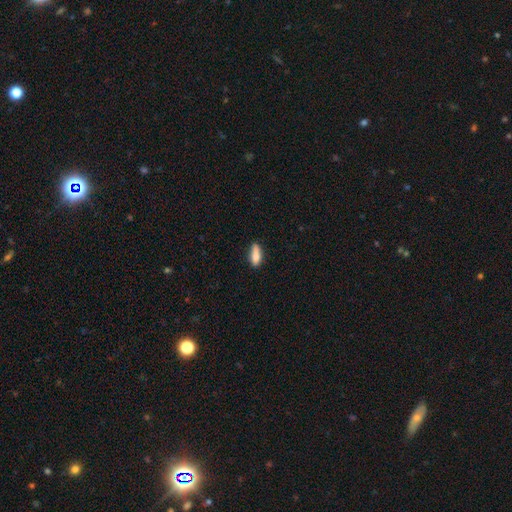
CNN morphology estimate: type=smooth (82%); roundness=in between (66%); merging=none (64%).